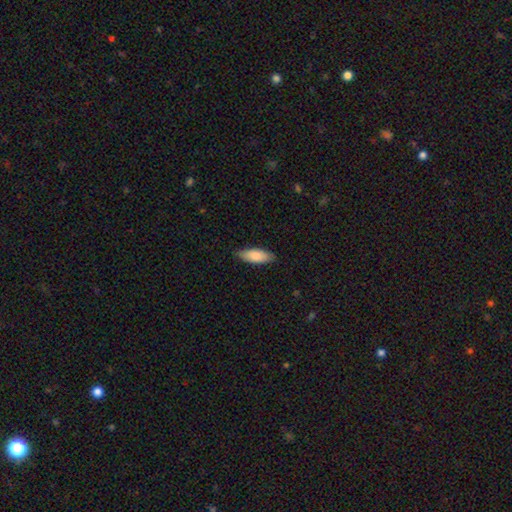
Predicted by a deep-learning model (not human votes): Q: Smooth or featured?
A: smooth (85%); runner-up: featured or disk (10%)
Q: How rounded?
A: in between (74%); runner-up: cigar-shaped (24%)
Q: Merging?
A: none (84%); runner-up: minor disturbance (13%)